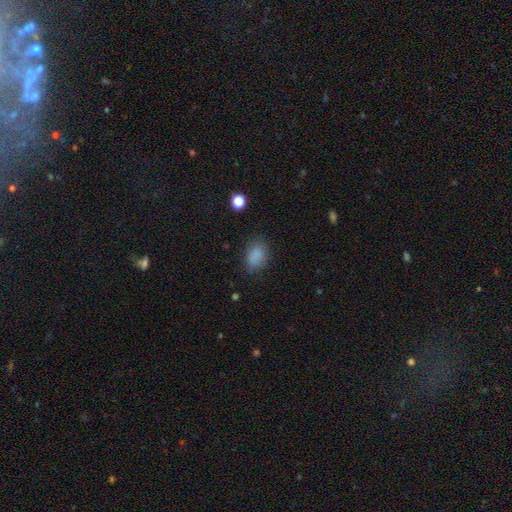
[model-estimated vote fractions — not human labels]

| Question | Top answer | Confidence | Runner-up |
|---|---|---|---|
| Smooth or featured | smooth | 85% | star or artifact (11%) |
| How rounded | in between | 78% | round (20%) |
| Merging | none | 76% | minor disturbance (17%) |